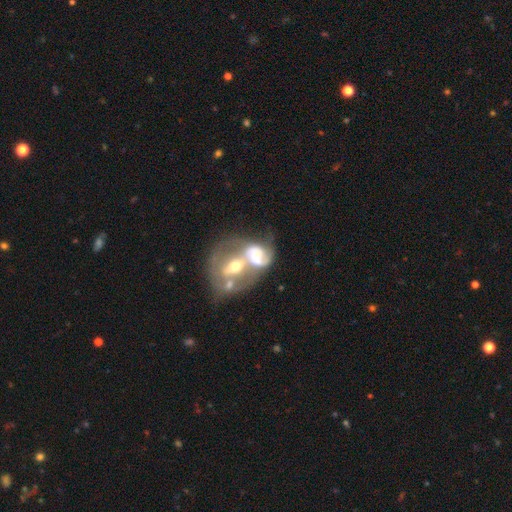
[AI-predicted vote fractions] smooth-or-featured: featured or disk: 67% | smooth: 25% | star or artifact: 8%
  disk-edge-on: no: 96% | yes: 4%
    bar: no: 54% | weak: 27% | strong: 19%
    has-spiral-arms: yes: 58% | no: 42%
    bulge-size: moderate: 46% | large: 21% | small: 18% | none: 11% | dominant: 4%
  merging: merger: 72% | major disturbance: 11% | none: 11% | minor disturbance: 6%